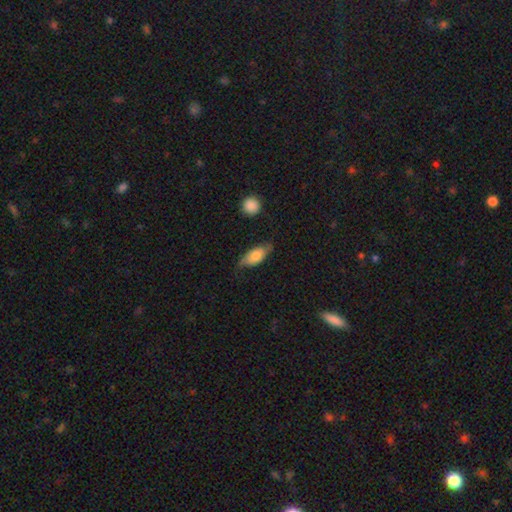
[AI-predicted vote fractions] Smooth or featured?
  - smooth: 69% *
  - featured or disk: 25%
  - star or artifact: 6%
How rounded?
  - in between: 82% *
  - cigar-shaped: 15%
  - round: 3%
Merging?
  - none: 63% *
  - minor disturbance: 28%
  - major disturbance: 7%
  - merger: 2%